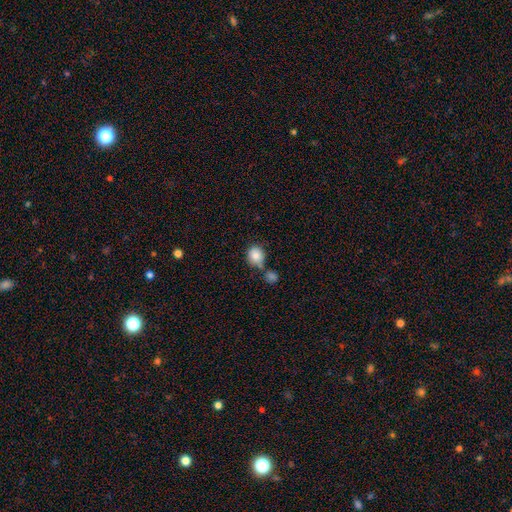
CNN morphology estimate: Overall: smooth (83%). How rounded: round (81%). Merging: none (58%; merger 24%).